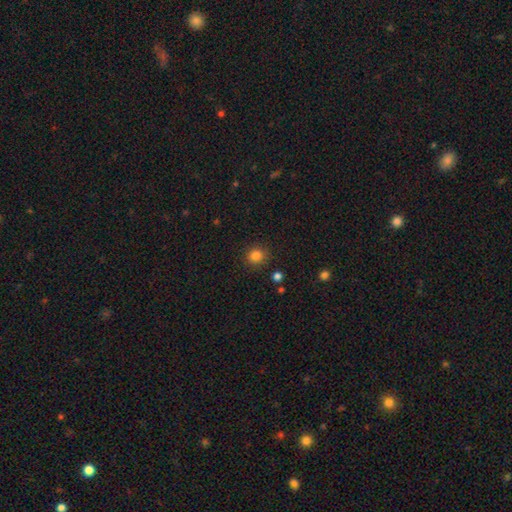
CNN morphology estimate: smooth-or-featured: smooth: 83% | star or artifact: 12% | featured or disk: 4%
  how-rounded: round: 89% | in between: 10% | cigar-shaped: 1%
  merging: none: 89% | minor disturbance: 7% | major disturbance: 2% | merger: 2%